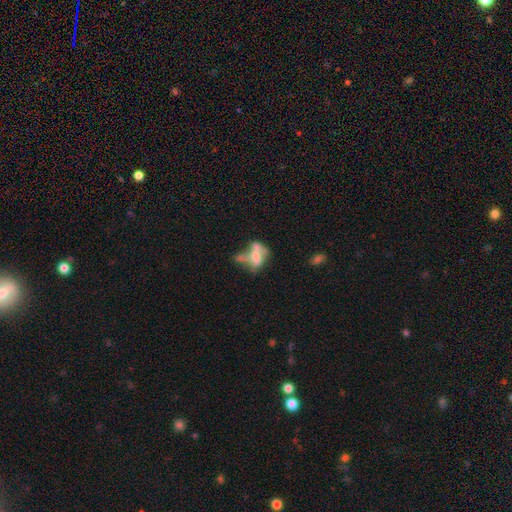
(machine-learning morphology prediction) A featured or disk galaxy (50%). Merging: merger (39%).